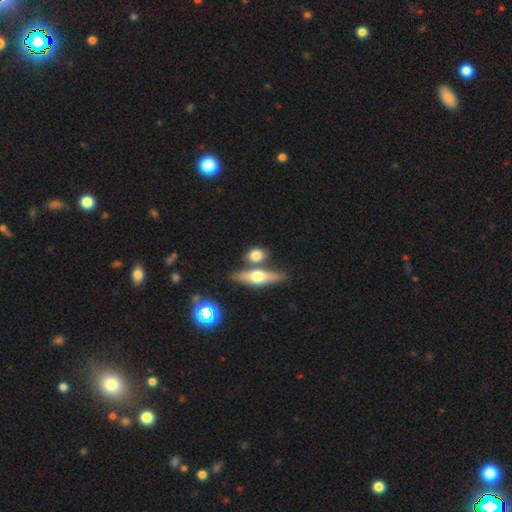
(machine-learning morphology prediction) Overall: smooth (65%; featured or disk 26%). How rounded: in between (42%; round 40%). Merging: none (60%; merger 25%).